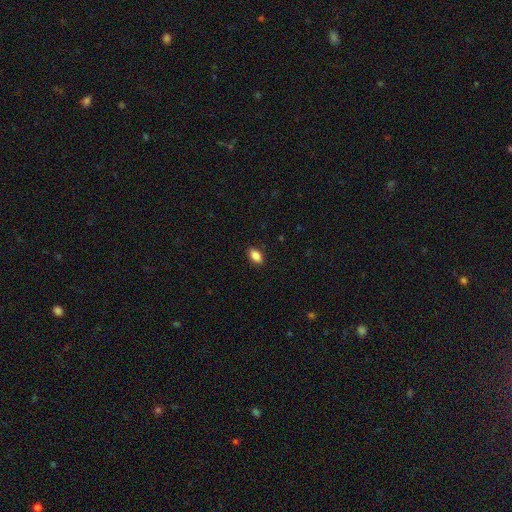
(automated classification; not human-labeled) The model was most divided on "smooth or featured": smooth: 85%, star or artifact: 8%, featured or disk: 6%. More confident: how rounded — in between (89%); merging — none (88%).